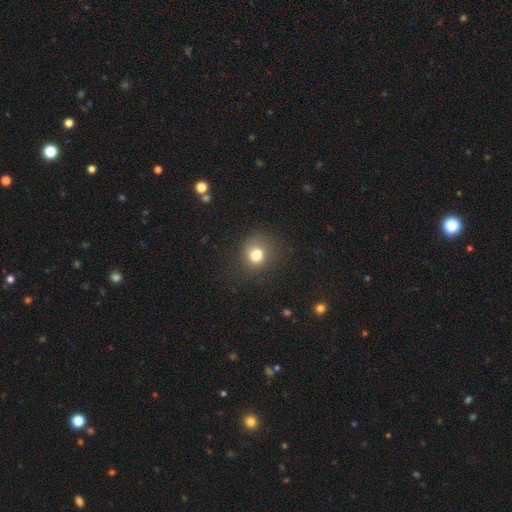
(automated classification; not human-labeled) Q: Smooth or featured?
A: smooth (78%); runner-up: star or artifact (13%)
Q: How rounded?
A: round (72%); runner-up: in between (27%)
Q: Merging?
A: none (67%); runner-up: minor disturbance (19%)